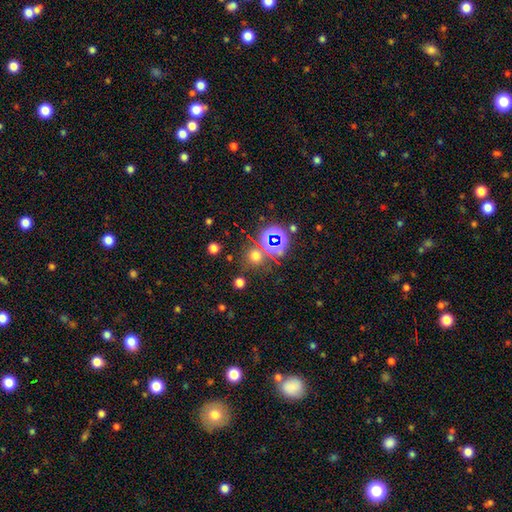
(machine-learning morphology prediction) smooth-or-featured: smooth: 54% | star or artifact: 38% | featured or disk: 8%
  how-rounded: round: 88% | in between: 11% | cigar-shaped: 1%
  merging: none: 76% | merger: 10% | minor disturbance: 8% | major disturbance: 5%